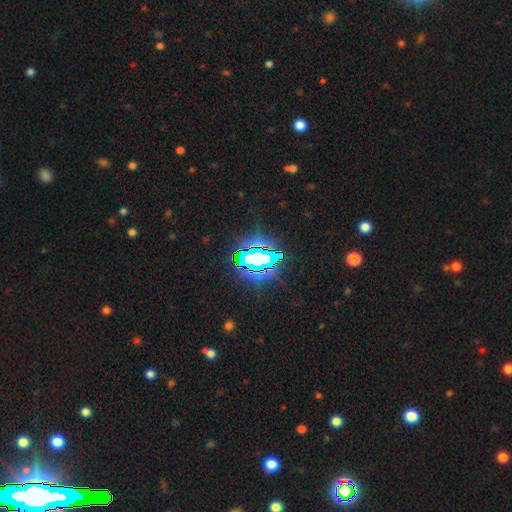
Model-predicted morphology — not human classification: A star or artifact, not a galaxy (68%).